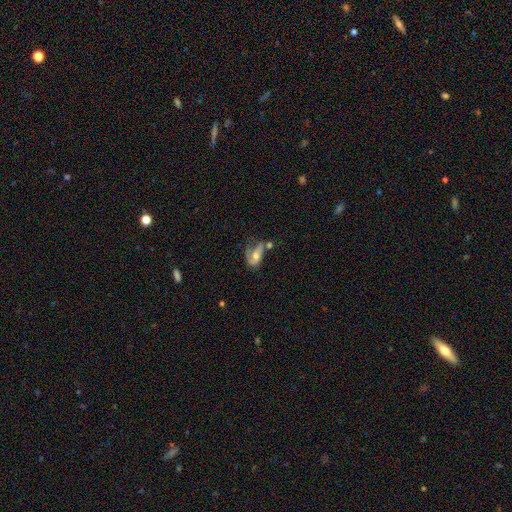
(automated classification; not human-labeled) Smooth or featured?
  - featured or disk: 62% *
  - smooth: 30%
  - star or artifact: 8%
Edge-on disk?
  - no: 94% *
  - yes: 6%
Bar?
  - no: 60% *
  - weak: 29%
  - strong: 11%
Spiral arms?
  - yes: 75% *
  - no: 25%
Bulge size?
  - moderate: 62% *
  - small: 25%
  - large: 8%
  - none: 4%
  - dominant: 2%
Merging?
  - major disturbance: 29% * (tied)
  - none: 29% * (tied)
  - minor disturbance: 22%
  - merger: 20%